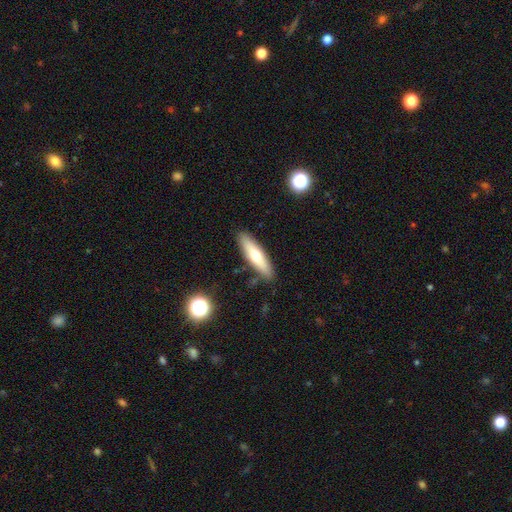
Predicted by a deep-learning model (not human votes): Smooth or featured? Predicted: smooth (p=0.61). How rounded? Predicted: cigar-shaped (p=0.69). Merging? Predicted: none (p=0.88).